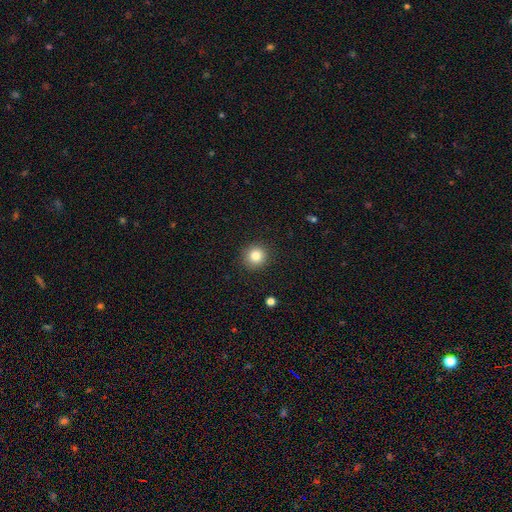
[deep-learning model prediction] smooth 82%, star or artifact 11%, featured or disk 7%. Down the decision tree: how rounded — round (92%); merging — none (91%).